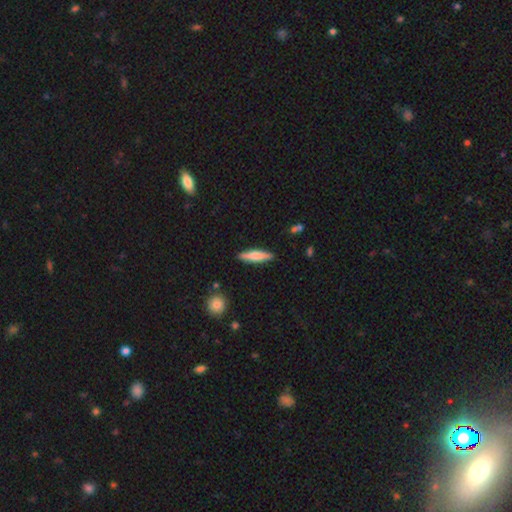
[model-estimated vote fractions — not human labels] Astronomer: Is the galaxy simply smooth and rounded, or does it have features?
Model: smooth — 56% (runner-up: featured or disk, 38%).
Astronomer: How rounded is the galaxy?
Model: cigar-shaped — 79%.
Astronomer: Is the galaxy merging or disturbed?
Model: none — 89%.